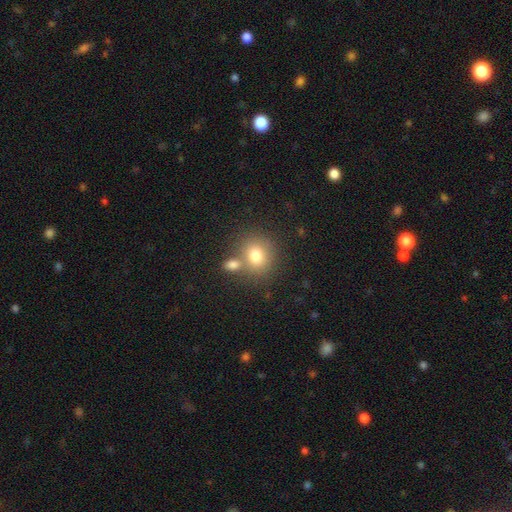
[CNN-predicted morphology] smooth-or-featured: smooth: 78% | featured or disk: 12% | star or artifact: 11%
  how-rounded: round: 71% | in between: 28% | cigar-shaped: 1%
  merging: none: 58% | merger: 28% | minor disturbance: 11% | major disturbance: 4%